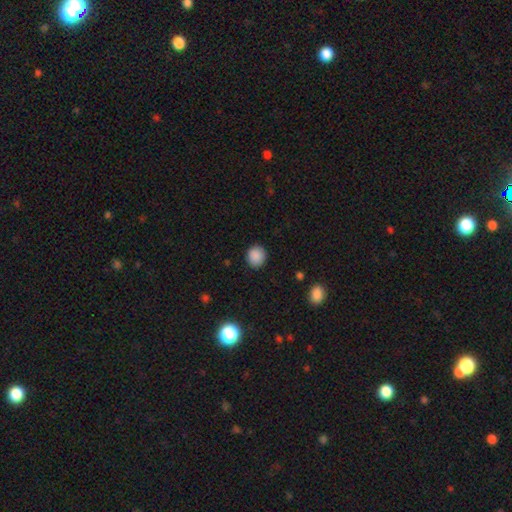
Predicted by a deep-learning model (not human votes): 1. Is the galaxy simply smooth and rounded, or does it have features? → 88% smooth, 9% star or artifact, 3% featured or disk.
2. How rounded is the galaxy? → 85% round, 14% in between, 1% cigar-shaped.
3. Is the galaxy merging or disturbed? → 90% none, 7% minor disturbance, 2% major disturbance, 1% merger.